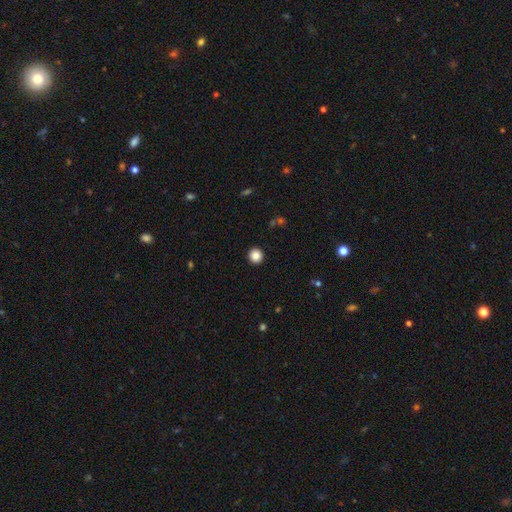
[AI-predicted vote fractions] Smooth or featured: smooth — 86% (star or artifact — 10%)
How rounded: round — 95% (in between — 4%)
Merging: none — 94% (minor disturbance — 4%)